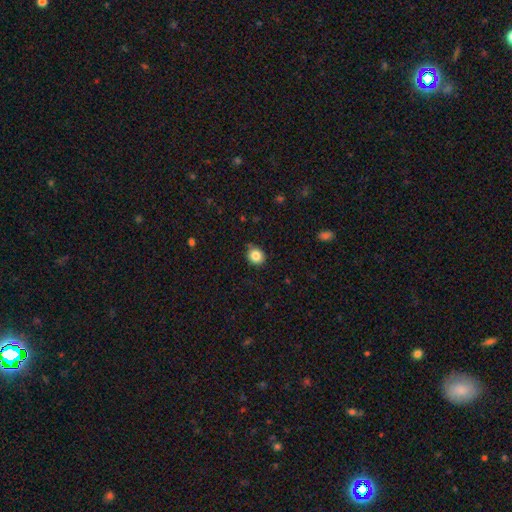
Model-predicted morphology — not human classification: This appears to be a smooth galaxy with no disk features (84%) that is round (80%). Merging: none (81%).